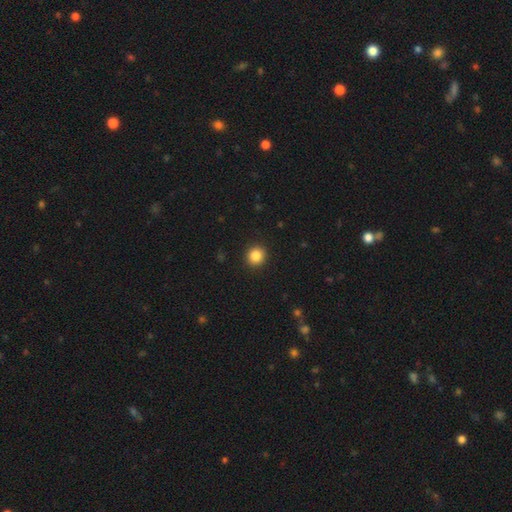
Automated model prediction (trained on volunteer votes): Q: Smooth or featured?
A: smooth (85%); runner-up: star or artifact (11%)
Q: How rounded?
A: round (93%); runner-up: in between (6%)
Q: Merging?
A: none (93%); runner-up: minor disturbance (5%)